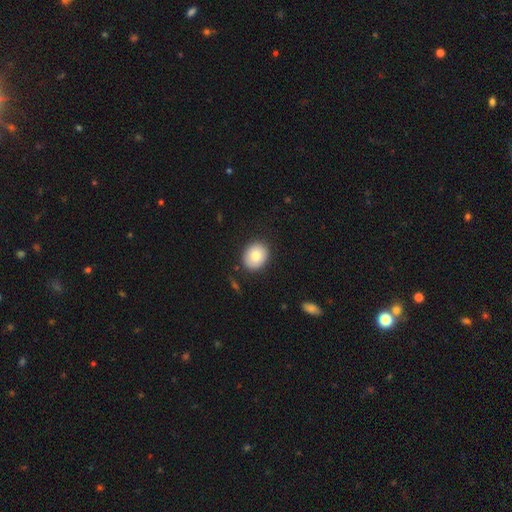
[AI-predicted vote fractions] This appears to be a smooth galaxy with no disk features (81%) that is round (53%). Merging: none (87%).